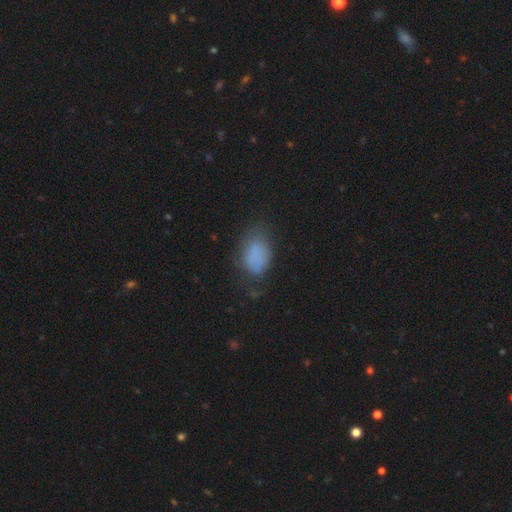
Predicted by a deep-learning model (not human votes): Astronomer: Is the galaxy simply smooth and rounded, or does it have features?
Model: smooth — 76%.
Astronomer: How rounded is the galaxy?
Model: in between — 86%.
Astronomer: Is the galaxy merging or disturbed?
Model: none — 50% (runner-up: minor disturbance, 31%).